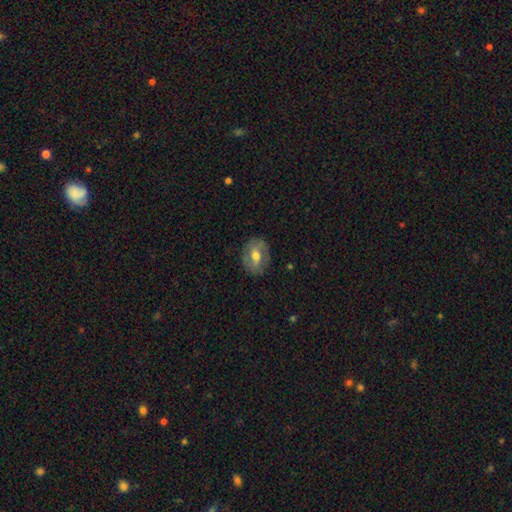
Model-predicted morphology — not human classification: A smooth galaxy with no disk features (48%).

Vote fractions:
- Smooth or featured? smooth: 48% / featured or disk: 44% / star or artifact: 8%
- Merging? none: 81% / minor disturbance: 14% / major disturbance: 4% / merger: 1%